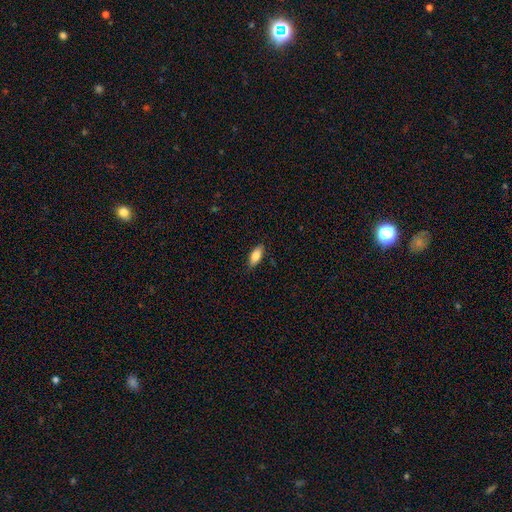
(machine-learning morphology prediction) smooth_or_featured: smooth (p=0.82) [alt: featured or disk p=0.11]
how_rounded: in between (p=0.81) [alt: cigar-shaped p=0.17]
merging: none (p=0.86) [alt: minor disturbance p=0.11]